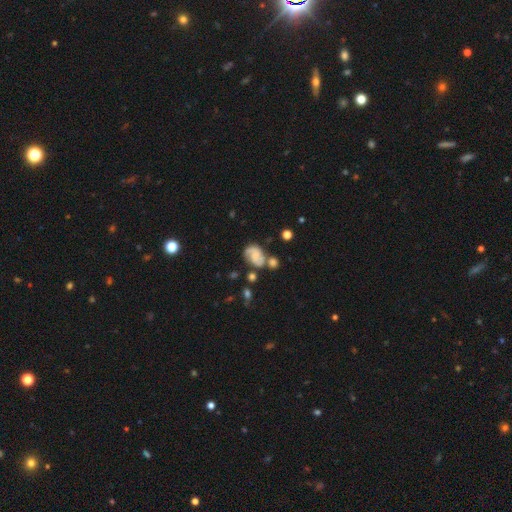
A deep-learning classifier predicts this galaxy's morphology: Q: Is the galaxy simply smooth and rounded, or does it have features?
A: featured or disk — 64%.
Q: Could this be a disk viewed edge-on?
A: no — 98%.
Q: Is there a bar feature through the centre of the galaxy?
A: no — 60%.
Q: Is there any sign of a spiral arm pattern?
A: yes — 91%.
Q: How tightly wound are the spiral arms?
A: medium — 47%.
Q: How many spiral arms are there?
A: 2 — 82%.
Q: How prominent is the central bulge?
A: none — 40%.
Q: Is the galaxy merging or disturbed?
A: none — 48%.